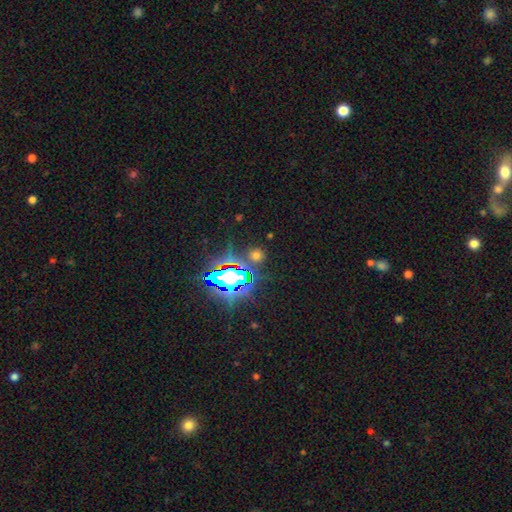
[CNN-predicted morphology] This appears to be a smooth galaxy with no disk features (48%). Merging: none (82%).